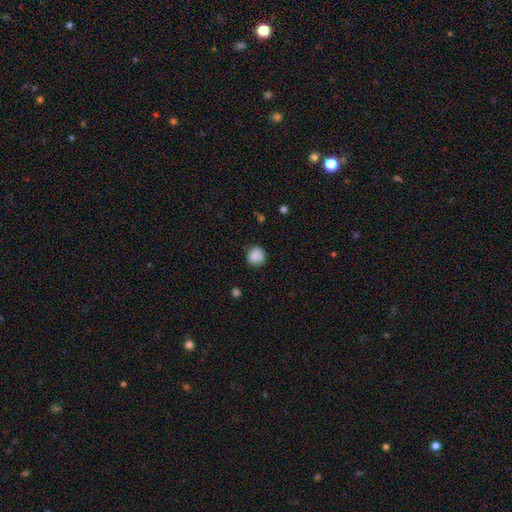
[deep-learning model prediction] Smooth or featured?
  - smooth: 88% *
  - star or artifact: 8%
  - featured or disk: 4%
How rounded?
  - round: 89% *
  - in between: 10%
  - cigar-shaped: 1%
Merging?
  - none: 83% *
  - minor disturbance: 13%
  - major disturbance: 3%
  - merger: 1%